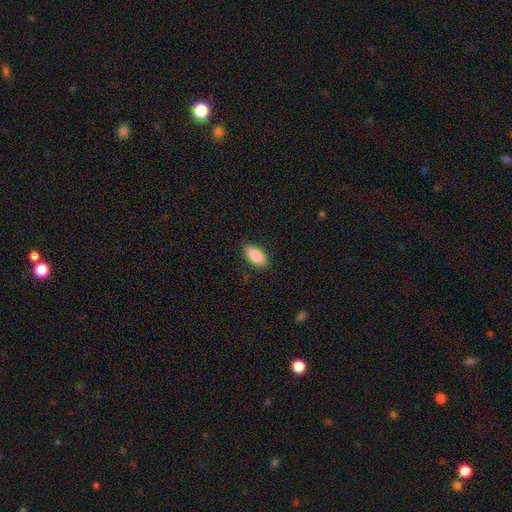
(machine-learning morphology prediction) A smooth galaxy with no disk features (89%) that is in between round and cigar-shaped (87%).

Vote fractions:
- Smooth or featured? smooth: 89% / star or artifact: 6% / featured or disk: 5%
- How rounded? in between: 87% / cigar-shaped: 11% / round: 2%
- Merging? none: 86% / minor disturbance: 11% / major disturbance: 2% / merger: 1%